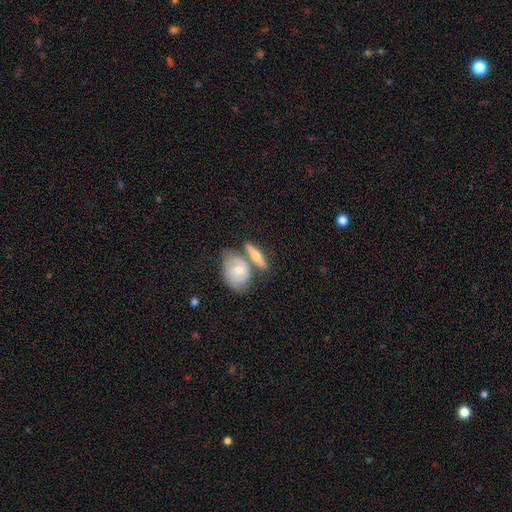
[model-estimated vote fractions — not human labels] This is possibly a smooth galaxy (56%). How rounded: possibly in between (49%). Merging: possibly none (53%).